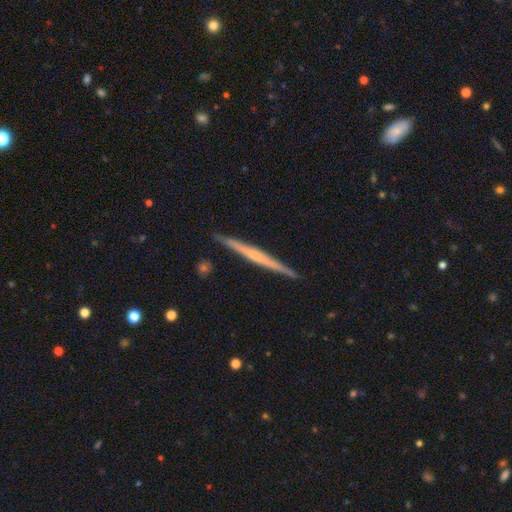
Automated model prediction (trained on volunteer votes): smooth-or-featured: featured or disk: 65% | smooth: 30% | star or artifact: 5%
  disk-edge-on: yes: 98% | no: 2%
    edge-on-bulge: none: 65% | rounded: 26% | boxy: 9%
  merging: none: 91% | minor disturbance: 6% | merger: 1% | major disturbance: 1%